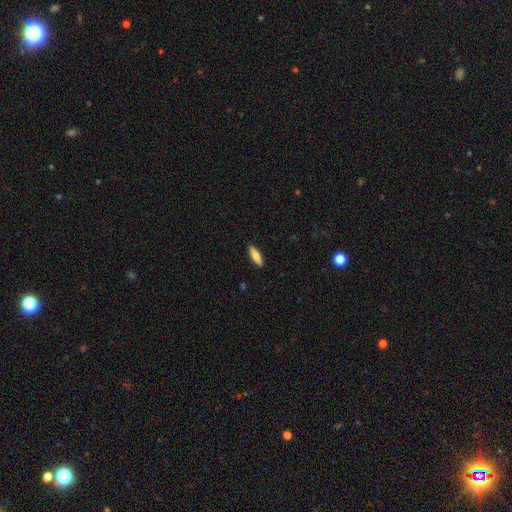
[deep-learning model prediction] This appears to be a smooth galaxy with no disk features (70%) that is cigar-shaped (56%). Merging: none (90%).